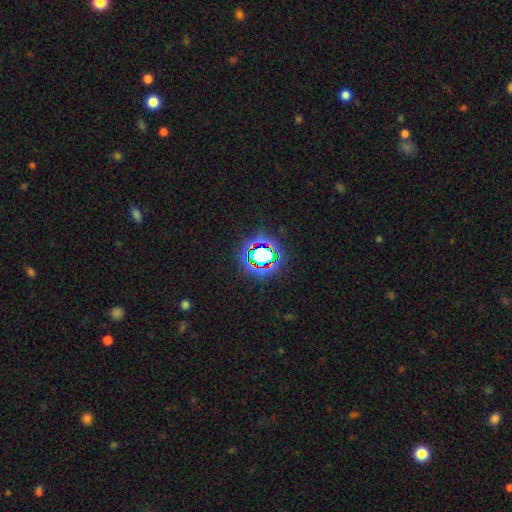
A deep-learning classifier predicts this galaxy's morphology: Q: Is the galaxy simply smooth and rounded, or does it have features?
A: star or artifact — 80%.